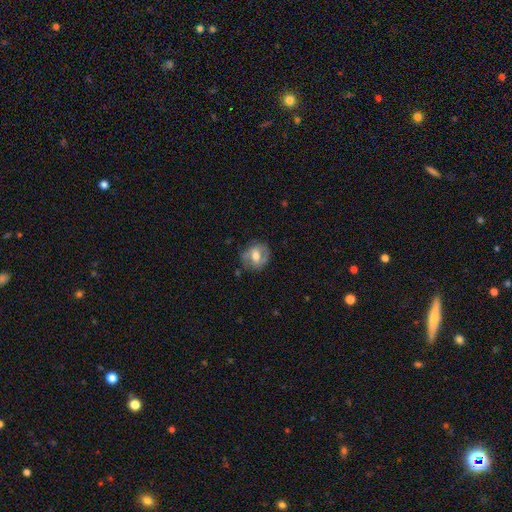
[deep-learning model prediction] The model was most divided on "smooth or featured": featured or disk: 52%, smooth: 41%, star or artifact: 7%. More confident: edge-on disk — no (96%); merging — none (73%).